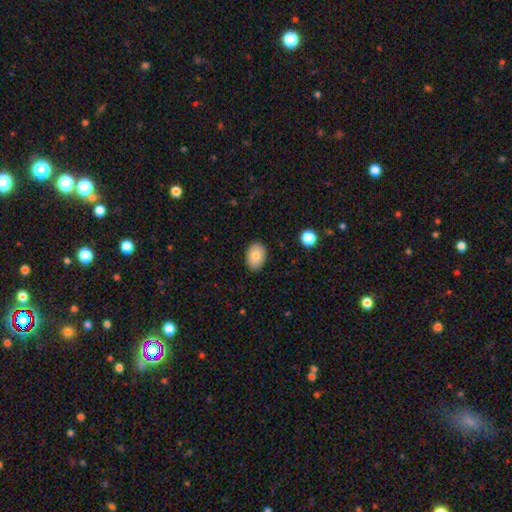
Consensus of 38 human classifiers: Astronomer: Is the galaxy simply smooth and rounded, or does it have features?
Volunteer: smooth — 84%.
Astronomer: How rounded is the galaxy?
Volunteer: in between — 84%.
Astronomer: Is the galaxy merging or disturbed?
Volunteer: none — 86%.